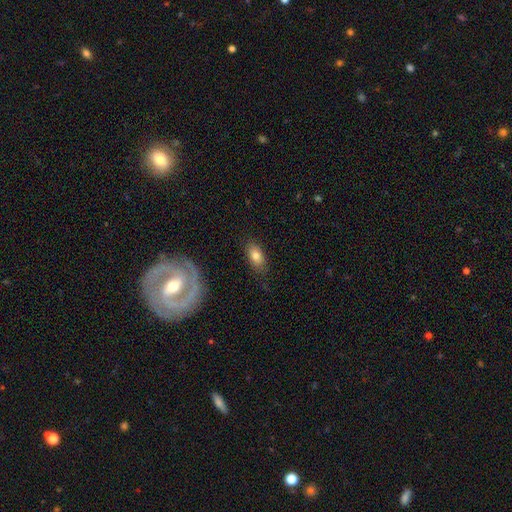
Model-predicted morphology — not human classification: The model was most divided on "merging": none: 78%, minor disturbance: 16%, major disturbance: 5%, merger: 2%. More confident: how rounded — in between (89%); smooth or featured — smooth (79%).